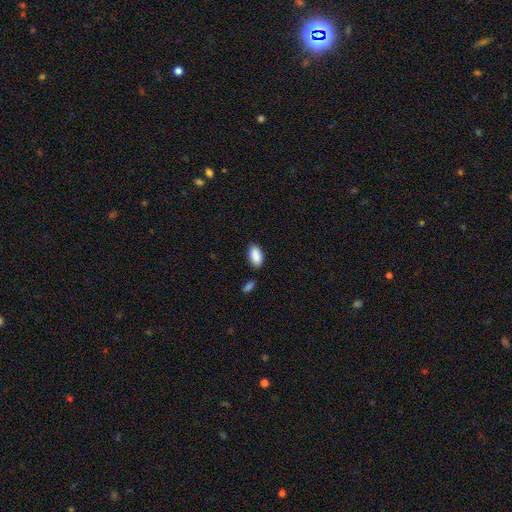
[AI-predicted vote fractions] This appears to be a smooth galaxy with no disk features (90%) that is in between round and cigar-shaped (94%). Merging: none (79%).